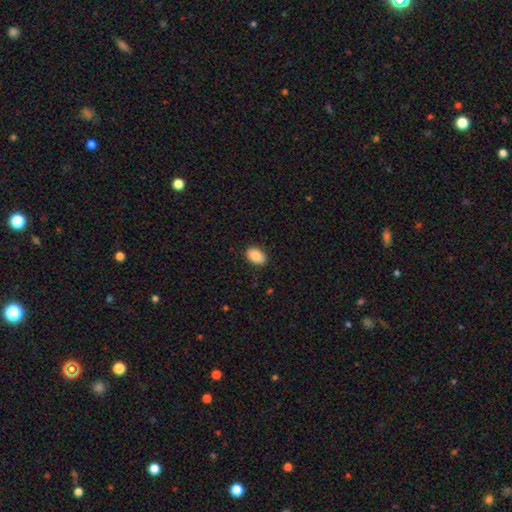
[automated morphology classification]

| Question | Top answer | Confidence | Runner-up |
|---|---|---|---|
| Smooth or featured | smooth | 88% | star or artifact (7%) |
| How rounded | in between | 89% | round (10%) |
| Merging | none | 87% | minor disturbance (10%) |